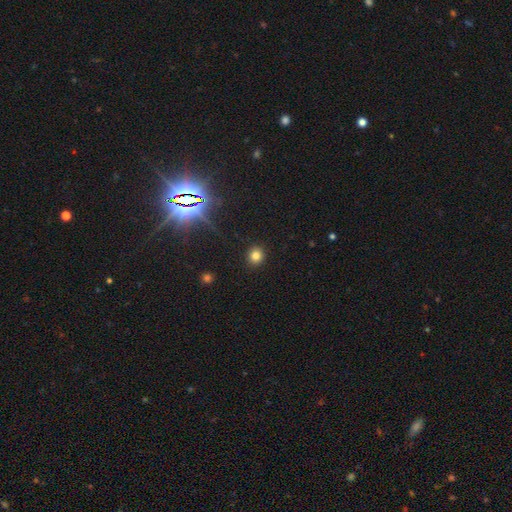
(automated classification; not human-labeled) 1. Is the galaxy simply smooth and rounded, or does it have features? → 78% smooth, 16% star or artifact, 6% featured or disk.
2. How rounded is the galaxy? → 84% round, 15% in between, 1% cigar-shaped.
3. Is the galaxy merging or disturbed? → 91% none, 6% minor disturbance, 2% major disturbance, 1% merger.